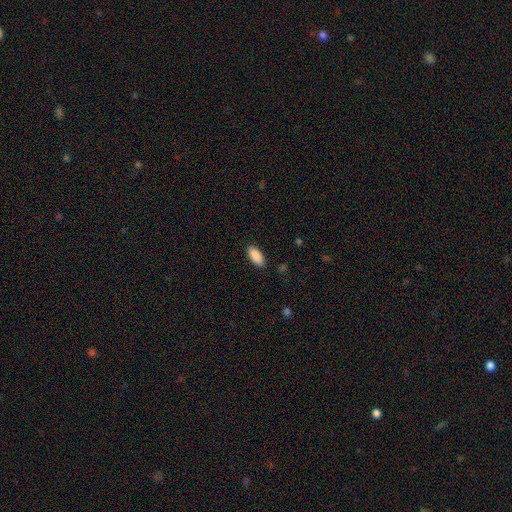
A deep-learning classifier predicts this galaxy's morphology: Smooth or featured?
  - smooth: 90% *
  - star or artifact: 6%
  - featured or disk: 4%
How rounded?
  - in between: 86% *
  - cigar-shaped: 12%
  - round: 2%
Merging?
  - none: 88% *
  - minor disturbance: 9%
  - major disturbance: 2%
  - merger: 1%